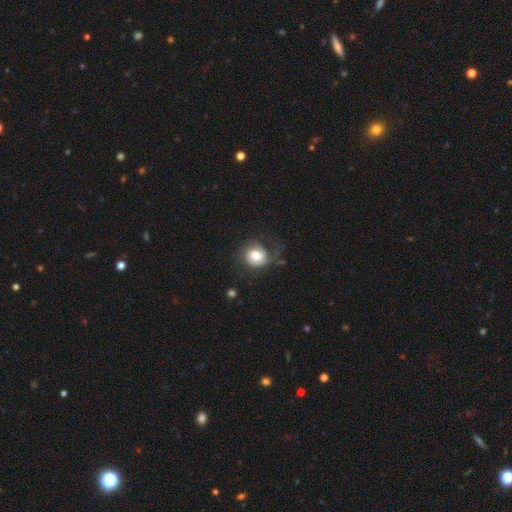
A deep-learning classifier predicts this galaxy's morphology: smooth_or_featured: smooth (p=0.60) [alt: featured or disk p=0.32]
how_rounded: round (p=0.79) [alt: in between p=0.20]
merging: none (p=0.51) [alt: major disturbance p=0.25]